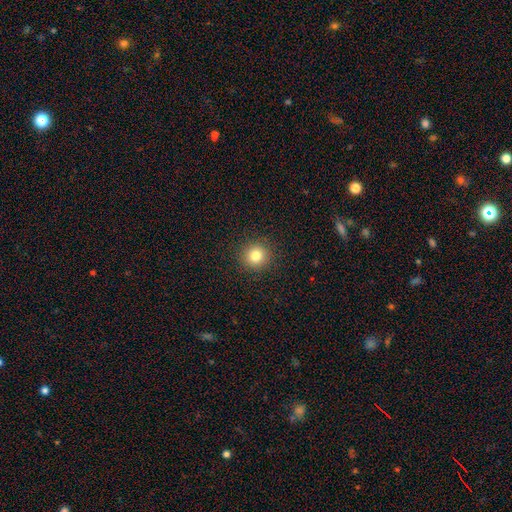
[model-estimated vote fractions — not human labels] smooth_or_featured: smooth (p=0.81) [alt: star or artifact p=0.12]
how_rounded: round (p=0.93) [alt: in between p=0.06]
merging: none (p=0.92) [alt: minor disturbance p=0.05]